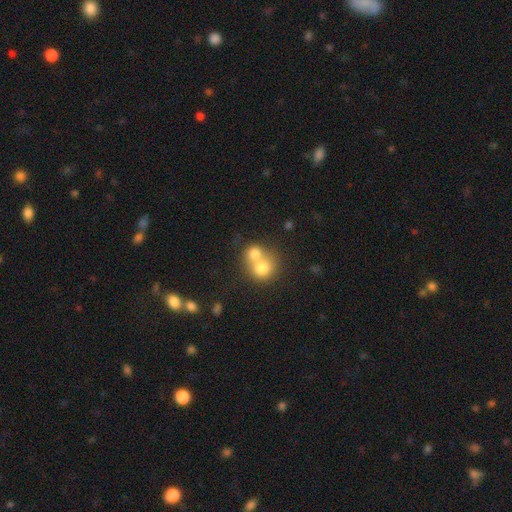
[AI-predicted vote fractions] A smooth galaxy with no disk features (70%) that is round (78%).

Vote fractions:
- Smooth or featured? smooth: 70% / featured or disk: 19% / star or artifact: 11%
- How rounded? round: 78% / in between: 22% / cigar-shaped: 1%
- Merging? merger: 65% / none: 27% / minor disturbance: 5% / major disturbance: 3%